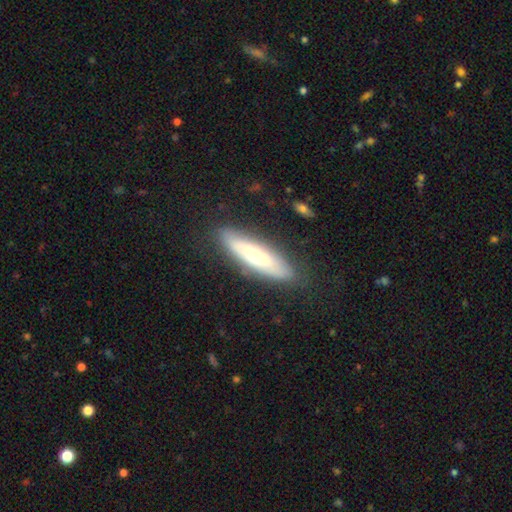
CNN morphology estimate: This appears to be a smooth galaxy with no disk features (53%) that is cigar-shaped (62%). Merging: none (83%).